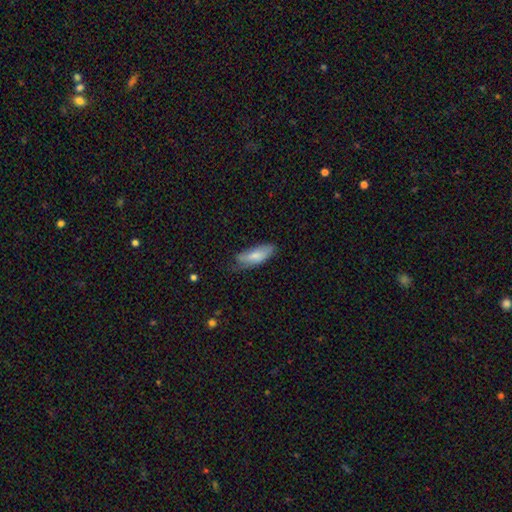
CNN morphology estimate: smooth-or-featured: smooth: 73% | featured or disk: 22% | star or artifact: 6%
  how-rounded: in between: 74% | cigar-shaped: 24% | round: 2%
  merging: none: 58% | minor disturbance: 32% | major disturbance: 9% | merger: 2%